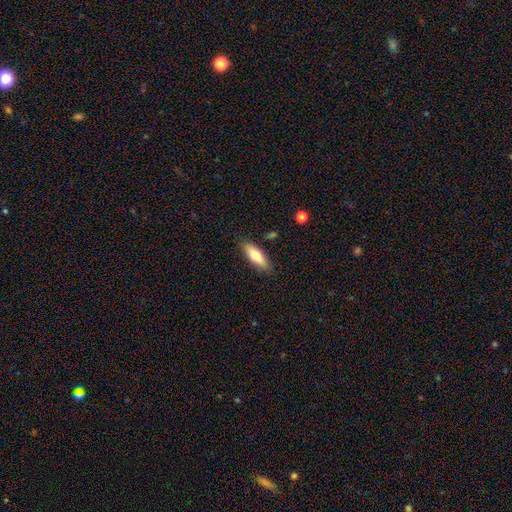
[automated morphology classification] A smooth galaxy with no disk features (66%) that is in between round and cigar-shaped (52%). Merging: none (86%).